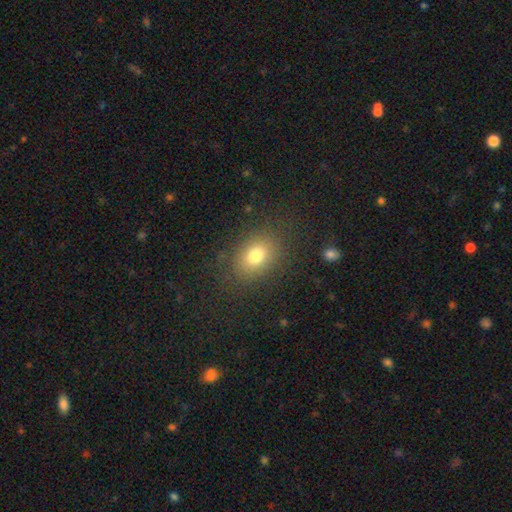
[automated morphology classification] A smooth galaxy with no disk features (77%) that is in between round and cigar-shaped (69%). Merging: none (83%).